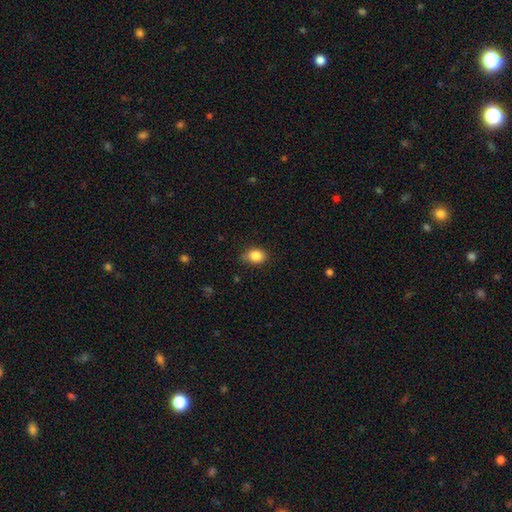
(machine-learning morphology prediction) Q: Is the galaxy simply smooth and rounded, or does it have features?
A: smooth — 86%.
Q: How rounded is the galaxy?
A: in between — 62%.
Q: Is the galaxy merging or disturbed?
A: none — 74%.